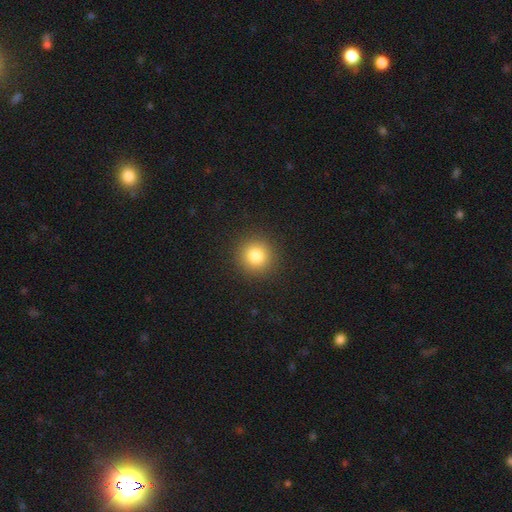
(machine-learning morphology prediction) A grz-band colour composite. It shows a smooth galaxy with no disk features (82%) that is round (94%). Merging: none (91%).